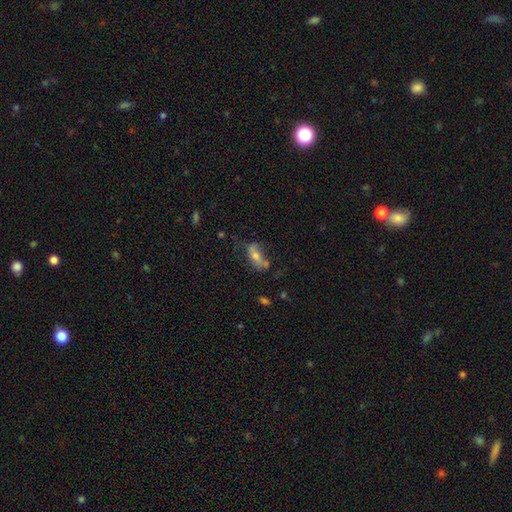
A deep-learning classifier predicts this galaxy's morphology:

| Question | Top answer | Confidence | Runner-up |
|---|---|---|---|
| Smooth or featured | smooth | 45% | featured or disk (43%) |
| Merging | none | 47% | minor disturbance (26%) |